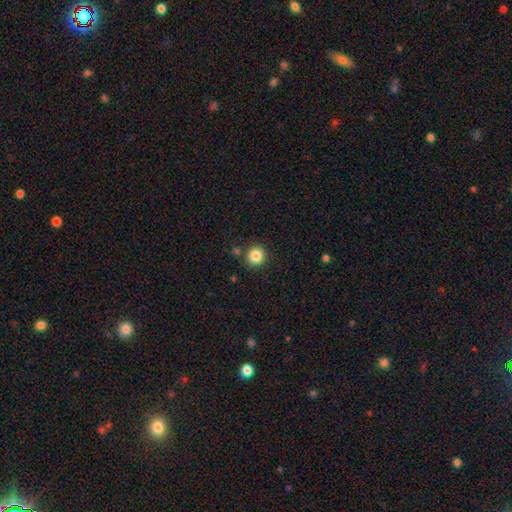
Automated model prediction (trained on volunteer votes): Morphology: type=smooth (85%); roundness=round (91%); merging=none (86%).